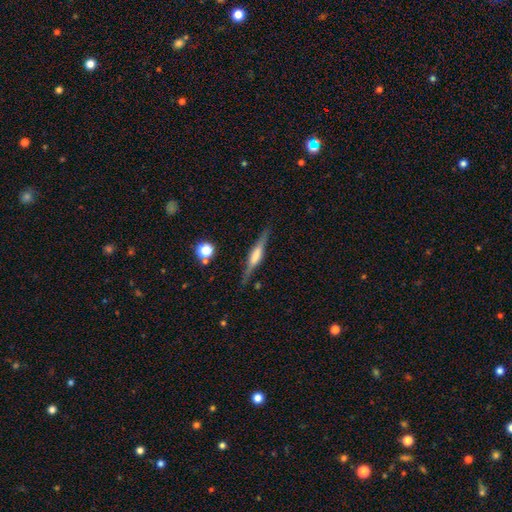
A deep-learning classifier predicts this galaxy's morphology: smooth-or-featured: featured or disk: 69% | smooth: 25% | star or artifact: 6%
  disk-edge-on: yes: 96% | no: 4%
    edge-on-bulge: rounded: 45% | boxy: 43% | none: 11%
  merging: none: 85% | minor disturbance: 11% | major disturbance: 3% | merger: 2%